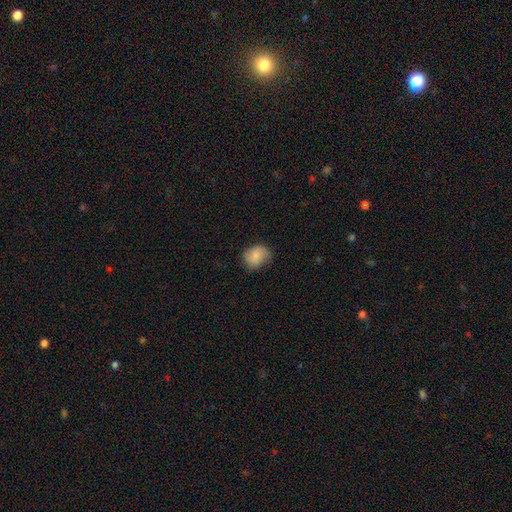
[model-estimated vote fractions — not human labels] Smooth or featured?
  - smooth: 81% *
  - featured or disk: 11%
  - star or artifact: 8%
How rounded?
  - round: 59% *
  - in between: 40%
  - cigar-shaped: 1%
Merging?
  - none: 67% *
  - minor disturbance: 26%
  - major disturbance: 6%
  - merger: 1%